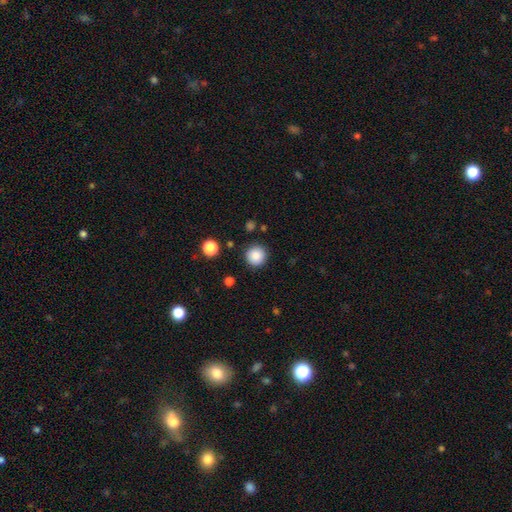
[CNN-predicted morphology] This is clearly a smooth galaxy (87%). How rounded: clearly round (95%). Merging: clearly none (89%).